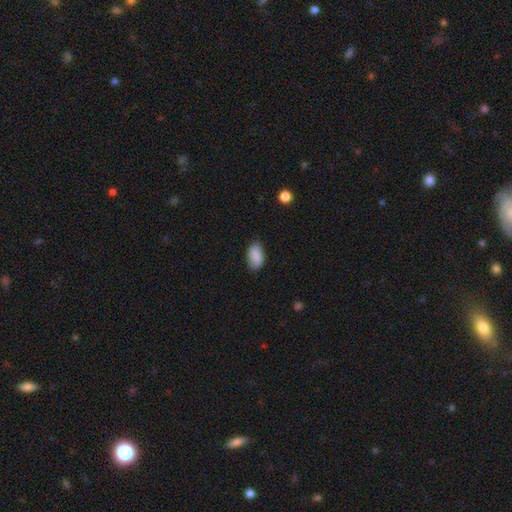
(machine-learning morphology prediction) This is clearly a smooth galaxy (89%). How rounded: clearly in between (93%). Merging: likely none (80%).